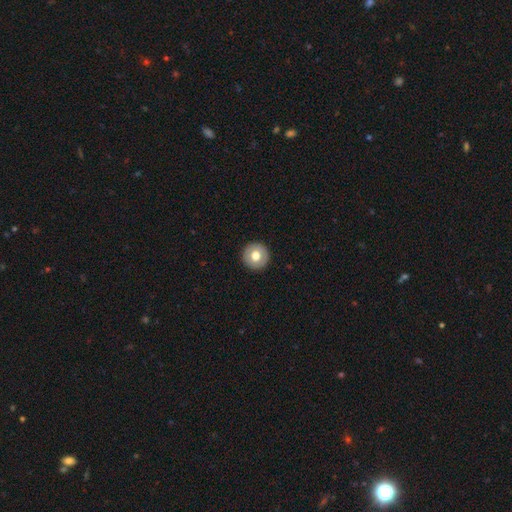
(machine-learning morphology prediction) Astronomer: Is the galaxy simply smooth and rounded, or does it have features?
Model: smooth — 69%.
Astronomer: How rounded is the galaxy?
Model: round — 95%.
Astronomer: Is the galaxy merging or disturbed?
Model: none — 92%.